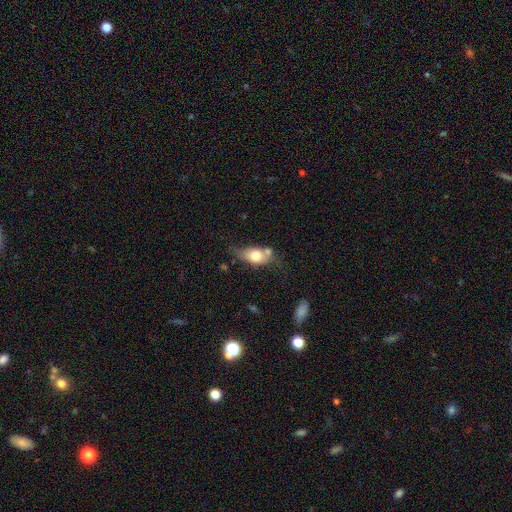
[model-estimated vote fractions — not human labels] This appears to be a smooth galaxy with no disk features (65%) that is in between round and cigar-shaped (77%). Merging: none (45%).